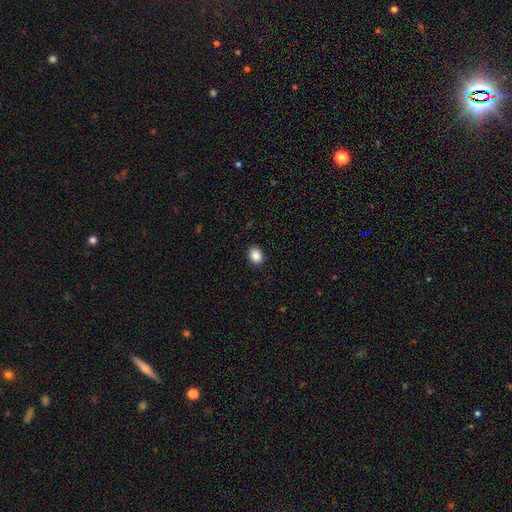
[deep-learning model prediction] smooth-or-featured: smooth: 88% | star or artifact: 9% | featured or disk: 3%
  how-rounded: round: 50% | in between: 49% | cigar-shaped: 1%
  merging: none: 90% | minor disturbance: 7% | major disturbance: 2% | merger: 1%